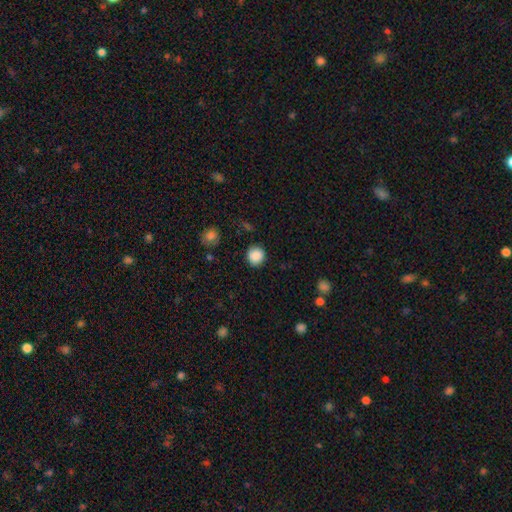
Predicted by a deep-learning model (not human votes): This appears to be a smooth galaxy with no disk features (88%) that is round (92%). Merging: none (90%).